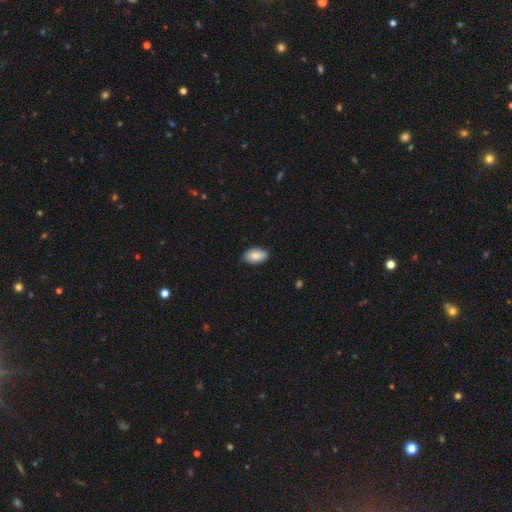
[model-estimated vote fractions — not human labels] Q: Smooth or featured?
A: smooth (85%); runner-up: featured or disk (8%)
Q: How rounded?
A: in between (94%); runner-up: round (5%)
Q: Merging?
A: none (84%); runner-up: minor disturbance (13%)